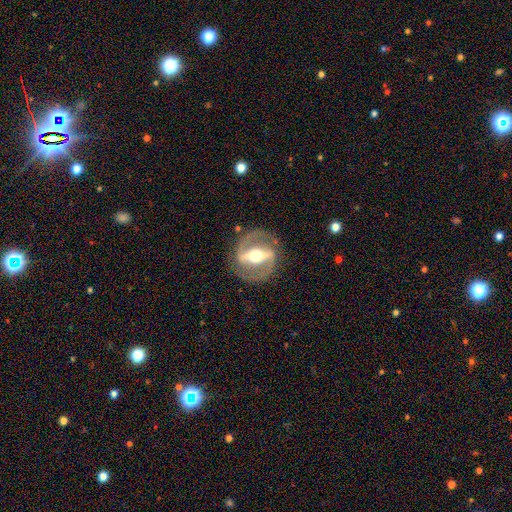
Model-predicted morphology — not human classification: Smooth or featured: featured or disk — 87% (smooth — 9%)
Edge-on disk: no — 91% (yes — 9%)
Bar: strong — 78% (weak — 15%)
Spiral arms: yes — 80% (no — 20%)
Spiral winding: medium — 50% (tight — 32%)
Spiral arm count: 2 — 91% (can't tell — 4%)
Bulge size: moderate — 67% (large — 16%)
Merging: none — 83% (minor disturbance — 10%)